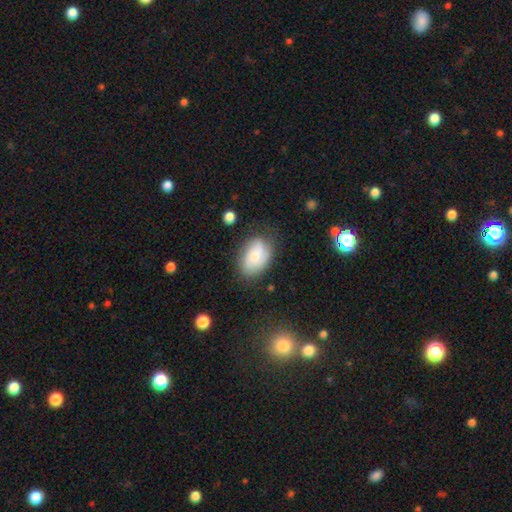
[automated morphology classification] type=smooth (59%); roundness=in between (87%); merging=none (70%).